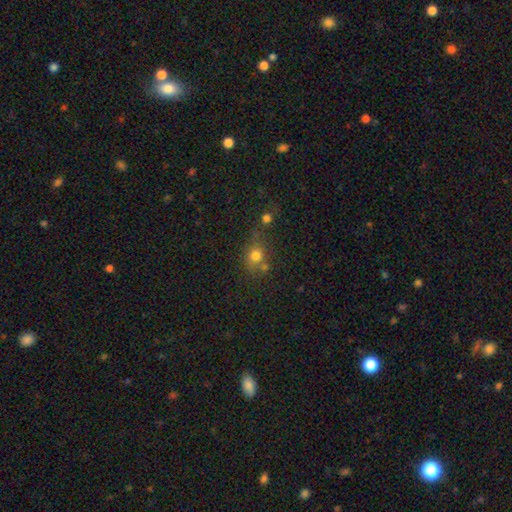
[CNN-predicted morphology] This is likely a smooth galaxy (75%). How rounded: likely round (75%). Merging: possibly none (49%).